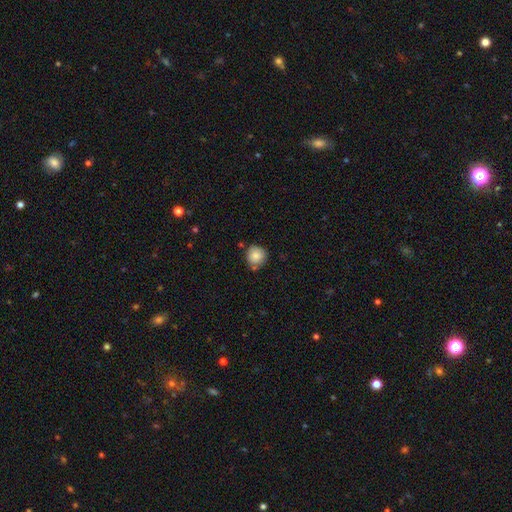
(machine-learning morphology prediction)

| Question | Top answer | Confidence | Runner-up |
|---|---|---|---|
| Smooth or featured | smooth | 86% | star or artifact (8%) |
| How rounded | round | 93% | in between (6%) |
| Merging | none | 78% | minor disturbance (13%) |